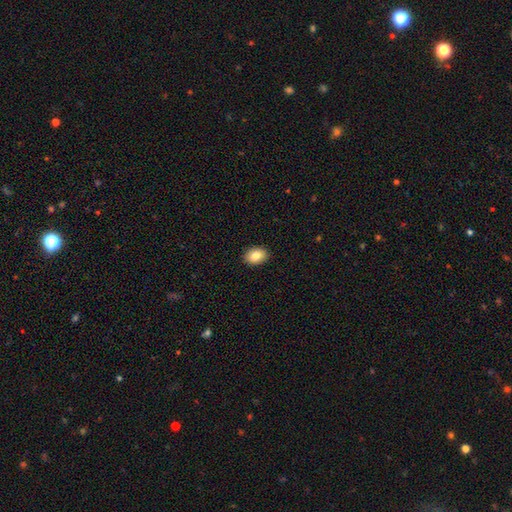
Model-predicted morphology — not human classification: This appears to be a smooth galaxy with no disk features (83%) that is in between round and cigar-shaped (79%). Merging: none (91%).